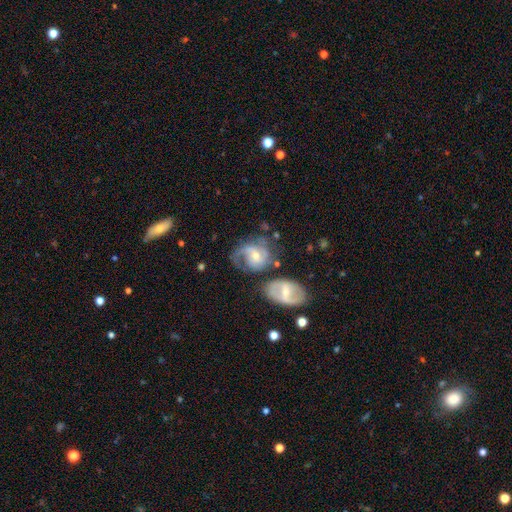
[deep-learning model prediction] Smooth or featured: featured or disk — 78% (smooth — 16%)
Edge-on disk: no — 97% (yes — 3%)
Bar: no — 54% (weak — 35%)
Spiral arms: yes — 91% (no — 9%)
Spiral winding: medium — 46% (loose — 29%)
Spiral arm count: 2 — 51% (1 — 27%)
Bulge size: moderate — 51% (small — 44%)
Merging: none — 42% (major disturbance — 20%)